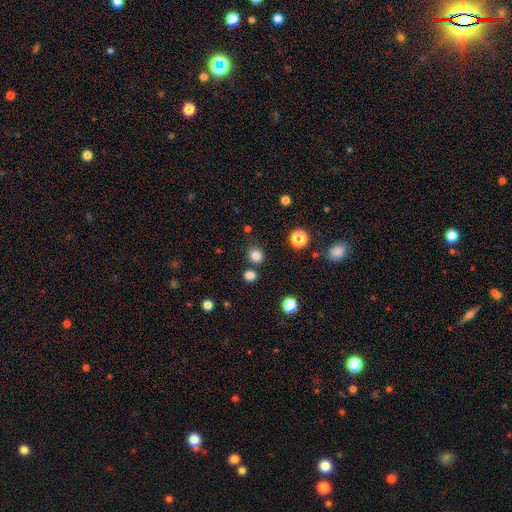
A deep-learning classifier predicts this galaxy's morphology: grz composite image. It shows a smooth galaxy with no disk features (82%) that is round (86%). Merging: none (80%).